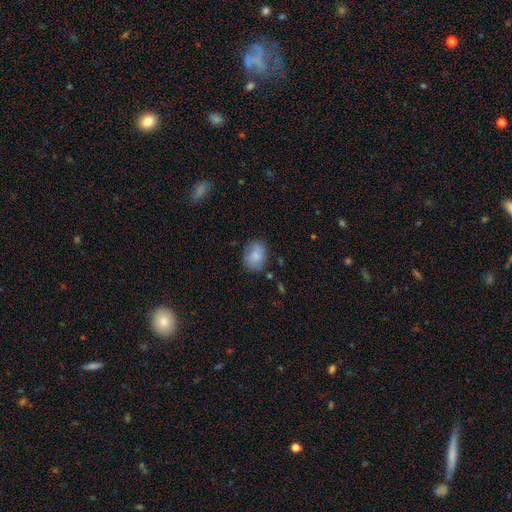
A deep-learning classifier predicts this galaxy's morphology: Smooth or featured? smooth (78%)
How rounded? in between (61%)
Merging? none (70%)